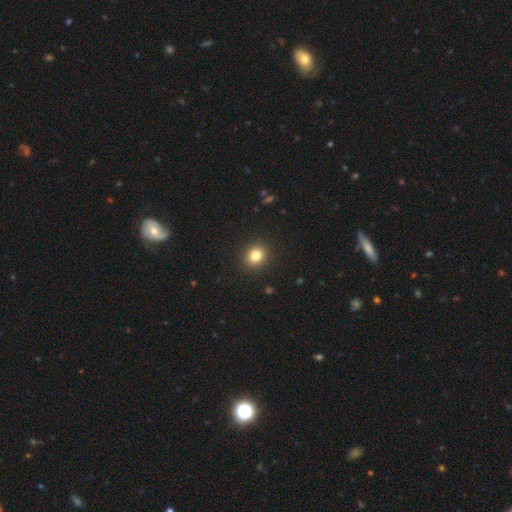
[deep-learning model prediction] smooth 82%, star or artifact 11%, featured or disk 6%. Down the decision tree: how rounded — round (75%); merging — none (91%).